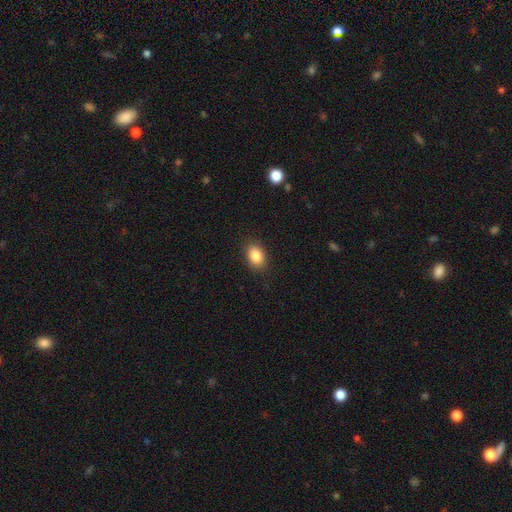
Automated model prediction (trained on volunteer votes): smooth 86%, star or artifact 9%, featured or disk 6%. Down the decision tree: how rounded — in between (77%); merging — none (88%).